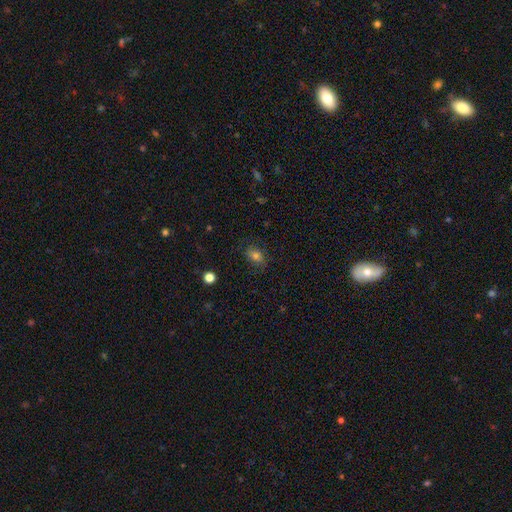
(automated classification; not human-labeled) Morphology: type=smooth (69%); roundness=in between (70%); merging=none (76%).